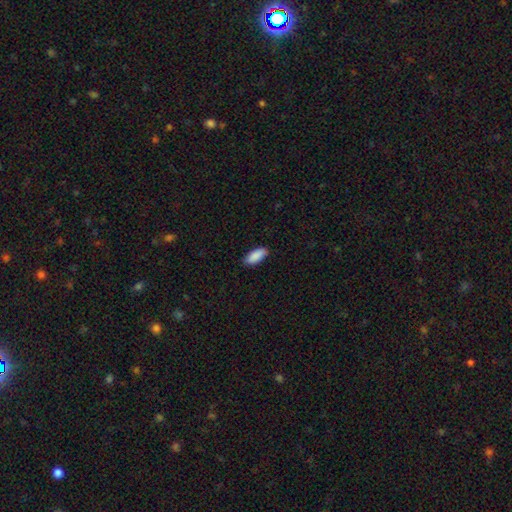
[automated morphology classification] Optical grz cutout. It shows a smooth galaxy with no disk features (90%) that is in between round and cigar-shaped (84%). Merging: none (87%).